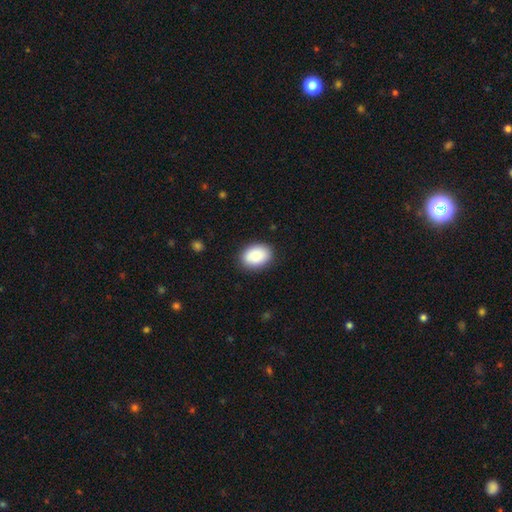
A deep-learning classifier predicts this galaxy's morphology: Smooth or featured: smooth — 90% (star or artifact — 6%)
How rounded: in between — 79% (round — 20%)
Merging: none — 88% (minor disturbance — 9%)